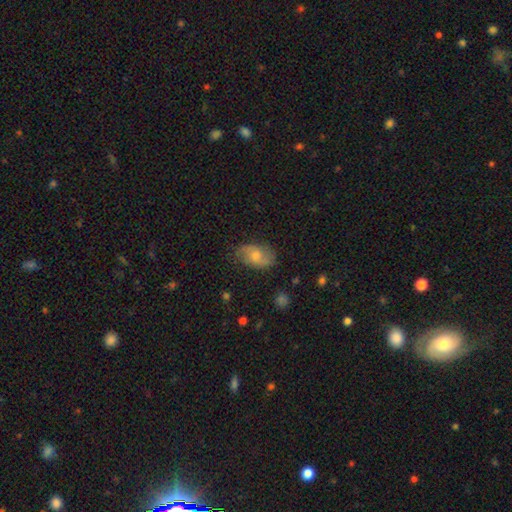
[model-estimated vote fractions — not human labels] smooth_or_featured: featured or disk (p=0.49) [alt: smooth p=0.41]
merging: none (p=0.75) [alt: minor disturbance p=0.19]